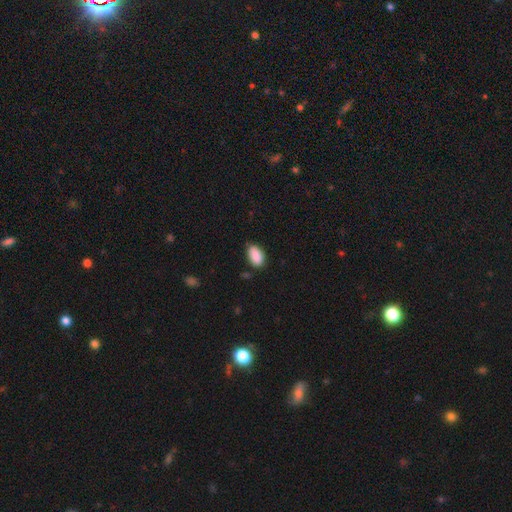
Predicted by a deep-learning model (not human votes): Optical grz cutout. It shows a smooth galaxy with no disk features (88%) that is in between round and cigar-shaped (93%). Merging: none (77%).